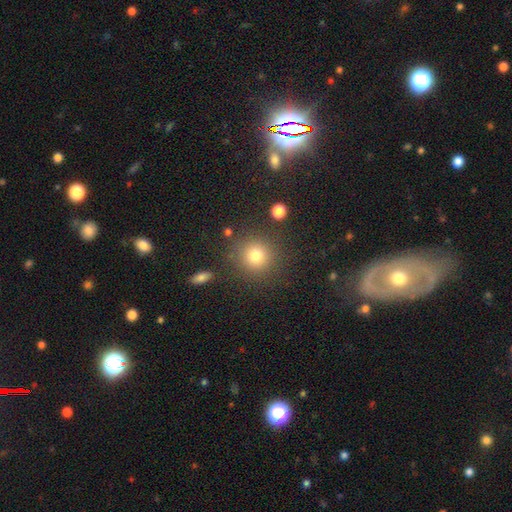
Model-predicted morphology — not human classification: Overall: smooth (79%). How rounded: round (92%). Merging: none (84%).